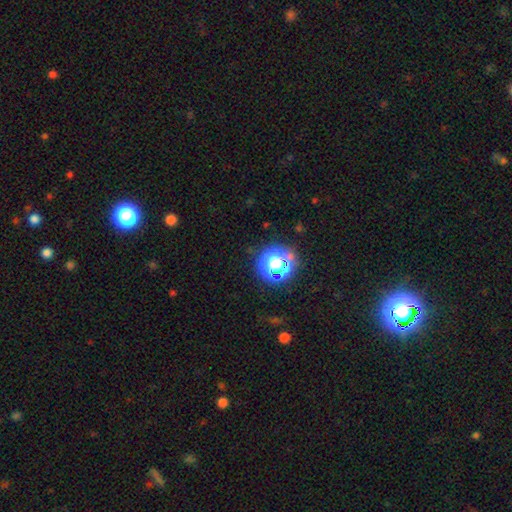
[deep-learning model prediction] A star or artifact, not a galaxy (73%).

Vote fractions:
- Smooth or featured? star or artifact: 73% / smooth: 20% / featured or disk: 7%